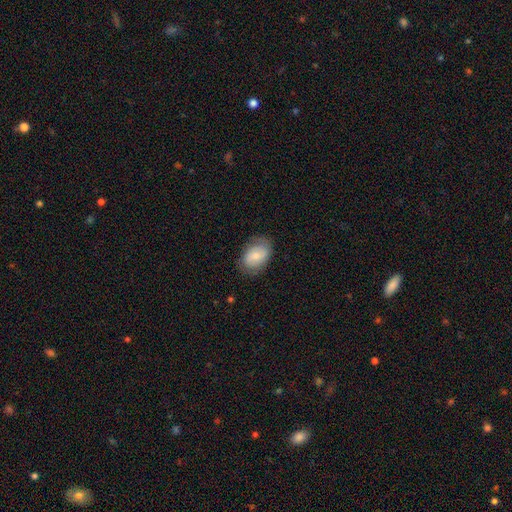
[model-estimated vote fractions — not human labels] Smooth or featured: smooth — 63% (featured or disk — 30%)
How rounded: in between — 83% (round — 16%)
Merging: none — 76% (minor disturbance — 18%)